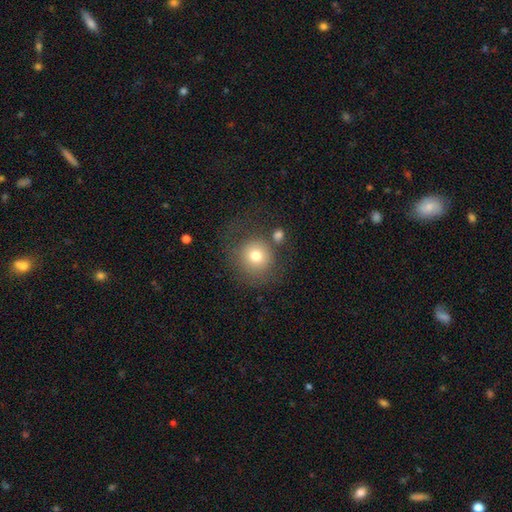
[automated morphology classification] type=smooth (76%); roundness=round (91%); merging=none (62%).